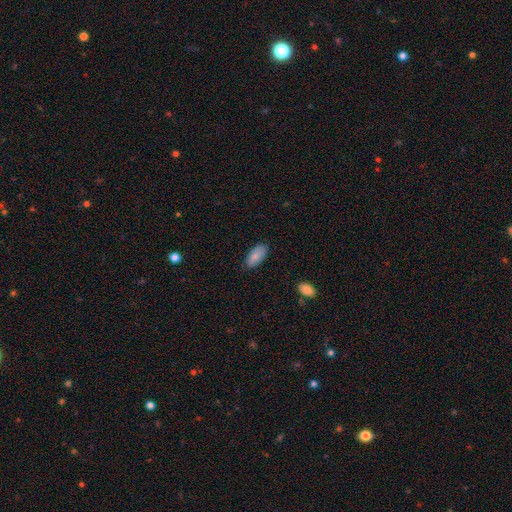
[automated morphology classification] Smooth or featured? smooth (83%)
How rounded? in between (91%)
Merging? none (81%)